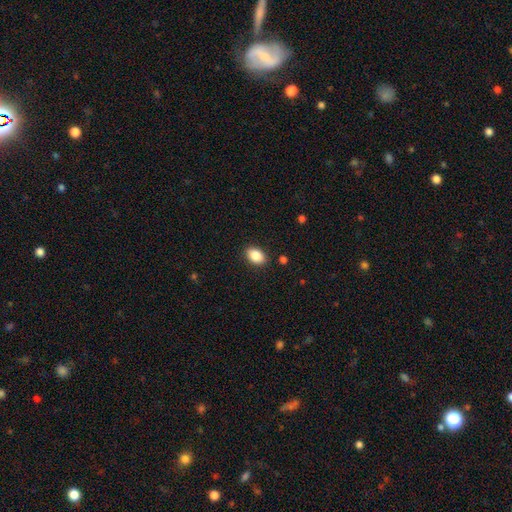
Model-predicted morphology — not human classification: Smooth or featured? Predicted: smooth (p=0.87). How rounded? Predicted: in between (p=0.85). Merging? Predicted: none (p=0.89).